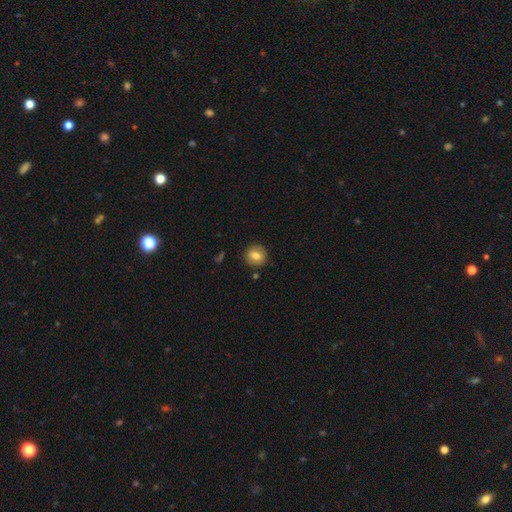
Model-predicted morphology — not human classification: Smooth or featured? Predicted: smooth (p=0.76). How rounded? Predicted: round (p=0.88). Merging? Predicted: none (p=0.87).